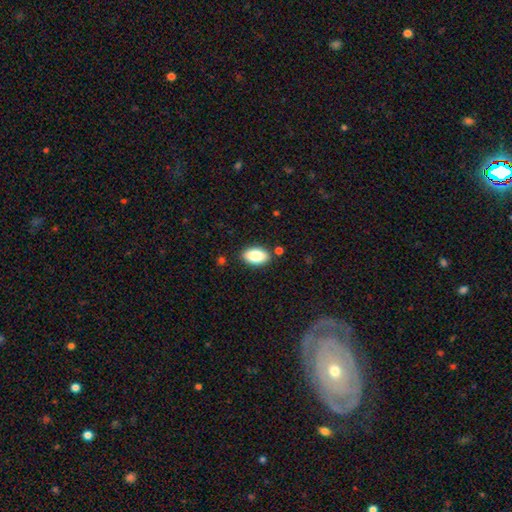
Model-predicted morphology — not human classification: A smooth galaxy with no disk features (84%) that is in between round and cigar-shaped (93%). Merging: none (85%).